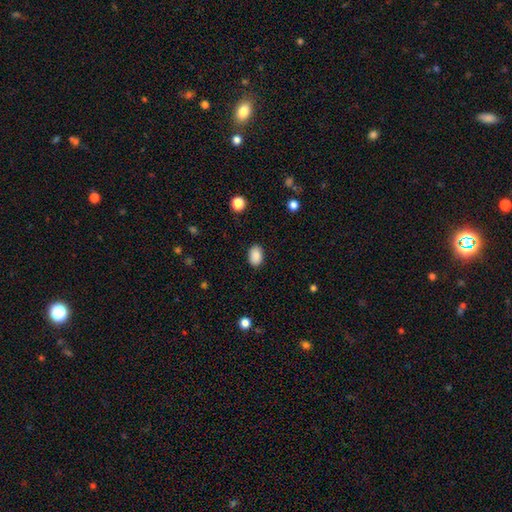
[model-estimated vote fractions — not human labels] Smooth or featured? smooth (89%)
How rounded? in between (86%)
Merging? none (88%)